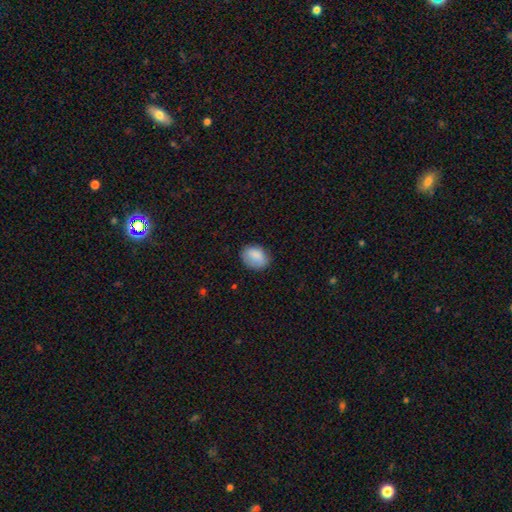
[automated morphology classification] smooth 86%, star or artifact 7%, featured or disk 7%. Down the decision tree: how rounded — in between (73%); merging — none (76%).